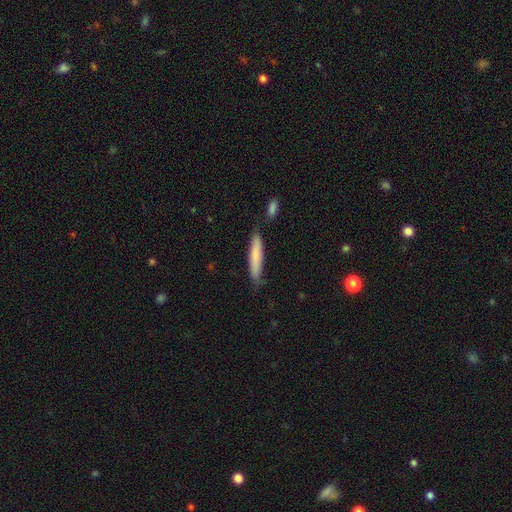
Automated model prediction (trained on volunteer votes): Overall: smooth (77%). How rounded: cigar-shaped (90%). Merging: none (74%).